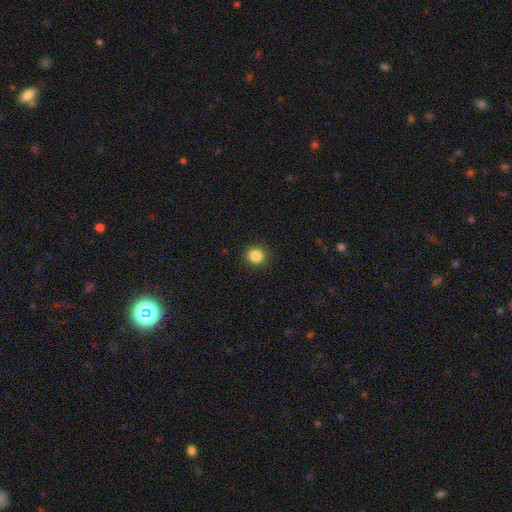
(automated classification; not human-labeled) The model was most divided on "smooth or featured": smooth: 86%, star or artifact: 10%, featured or disk: 3%. More confident: merging — none (91%); how rounded — round (89%).